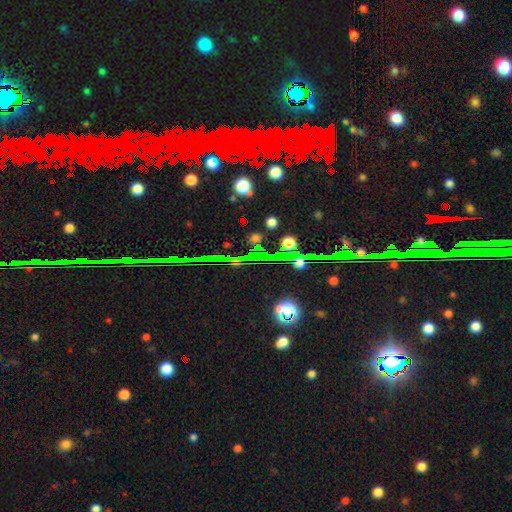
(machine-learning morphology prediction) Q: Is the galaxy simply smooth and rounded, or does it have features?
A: star or artifact — 76%.